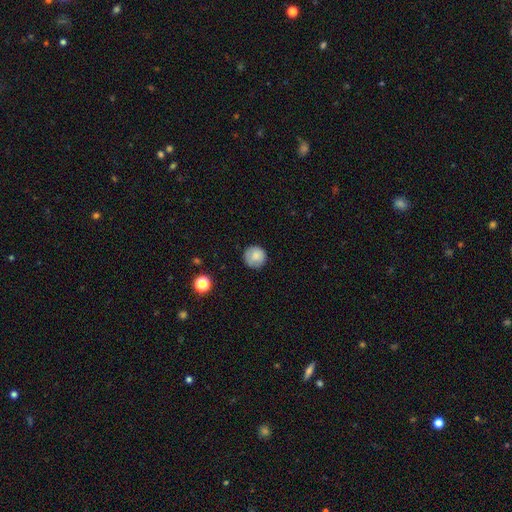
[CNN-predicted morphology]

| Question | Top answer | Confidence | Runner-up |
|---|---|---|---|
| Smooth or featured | smooth | 80% | featured or disk (12%) |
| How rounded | round | 94% | in between (5%) |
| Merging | none | 84% | minor disturbance (12%) |